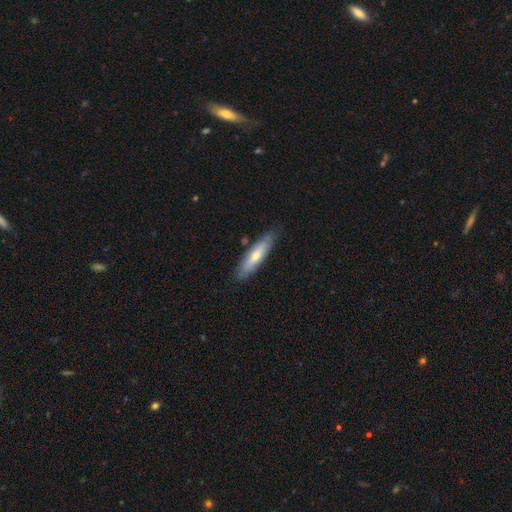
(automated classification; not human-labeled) Smooth or featured?
  - smooth: 55% *
  - featured or disk: 39%
  - star or artifact: 6%
How rounded?
  - cigar-shaped: 71% *
  - in between: 27%
  - round: 2%
Merging?
  - none: 81% *
  - minor disturbance: 14%
  - major disturbance: 3%
  - merger: 2%